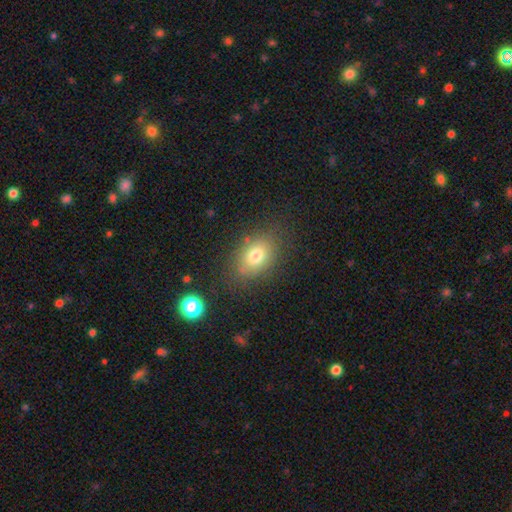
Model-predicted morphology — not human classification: This is likely a smooth galaxy (75%). How rounded: likely in between (78%). Merging: likely none (77%).